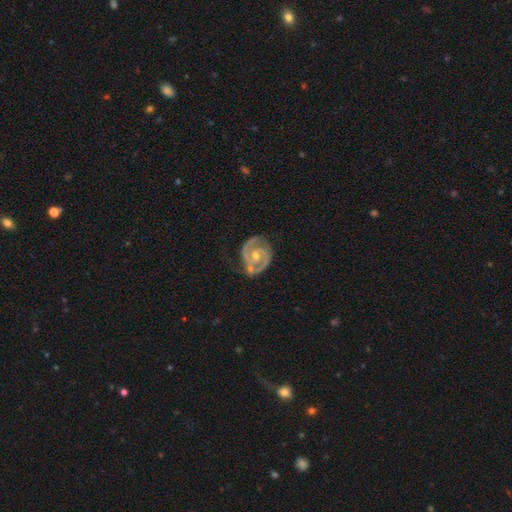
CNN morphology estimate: smooth_or_featured: featured or disk (p=0.91) [alt: star or artifact p=0.05]
disk_edge_on: no (p=0.98) [alt: yes p=0.02]
bar: no (p=0.59) [alt: weak p=0.30]
has_spiral_arms: yes (p=0.98) [alt: no p=0.02]
spiral_winding: tight (p=0.59) [alt: medium p=0.36]
spiral_arm_count: 2 (p=0.91) [alt: can't tell p=0.03]
bulge_size: moderate (p=0.57) [alt: small p=0.39]
merging: none (p=0.74) [alt: minor disturbance p=0.17]